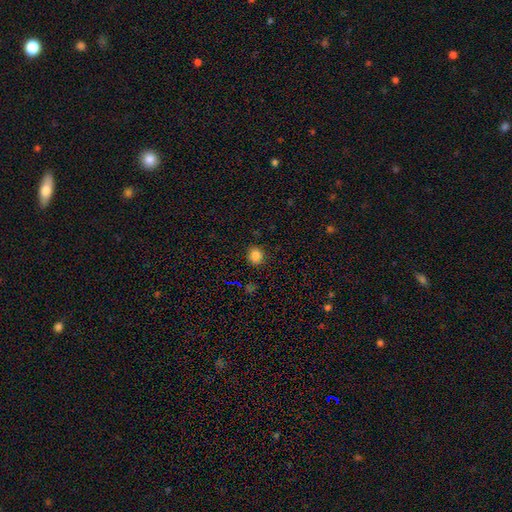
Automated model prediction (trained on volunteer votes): Smooth or featured?
  - smooth: 83% *
  - star or artifact: 13%
  - featured or disk: 4%
How rounded?
  - round: 85% *
  - in between: 14%
  - cigar-shaped: 1%
Merging?
  - none: 90% *
  - minor disturbance: 7%
  - major disturbance: 2%
  - merger: 1%